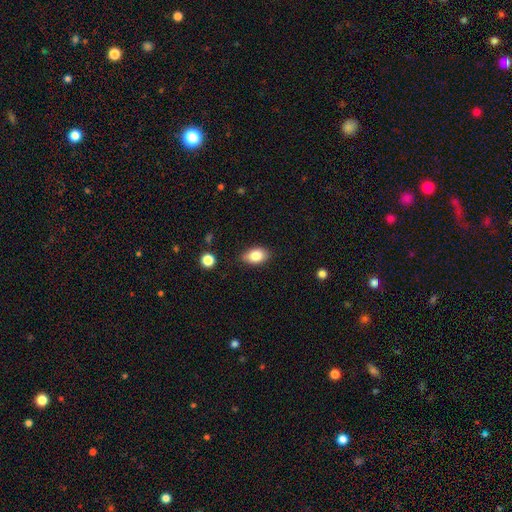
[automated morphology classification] Smooth or featured?
  - smooth: 84% *
  - star or artifact: 8%
  - featured or disk: 8%
How rounded?
  - in between: 86% *
  - round: 12%
  - cigar-shaped: 2%
Merging?
  - none: 80% *
  - minor disturbance: 15%
  - major disturbance: 3%
  - merger: 2%